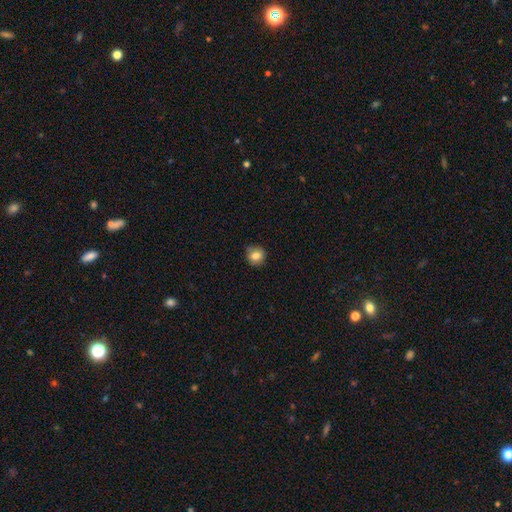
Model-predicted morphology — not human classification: Smooth or featured?
  - smooth: 82% *
  - star or artifact: 10%
  - featured or disk: 8%
How rounded?
  - round: 91% *
  - in between: 8%
  - cigar-shaped: 1%
Merging?
  - none: 84% *
  - minor disturbance: 12%
  - major disturbance: 2%
  - merger: 1%